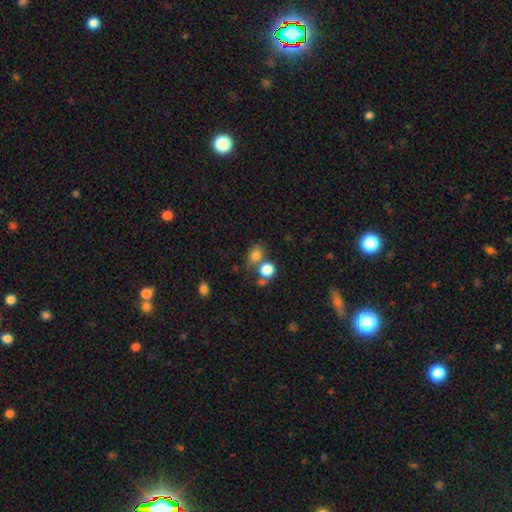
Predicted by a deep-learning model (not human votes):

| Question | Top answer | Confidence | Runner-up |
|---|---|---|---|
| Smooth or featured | smooth | 79% | star or artifact (13%) |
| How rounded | round | 58% | in between (41%) |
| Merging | none | 54% | merger (28%) |